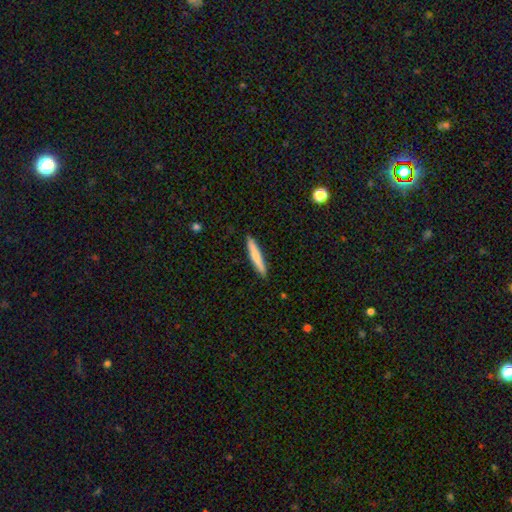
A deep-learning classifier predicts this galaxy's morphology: Smooth or featured: smooth — 73% (featured or disk — 21%)
How rounded: cigar-shaped — 94% (in between — 5%)
Merging: none — 90% (minor disturbance — 7%)